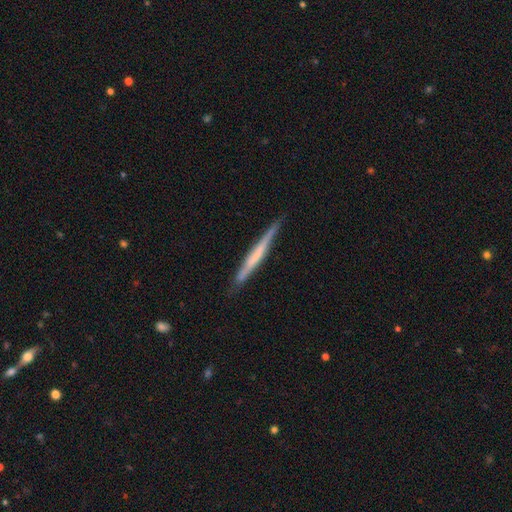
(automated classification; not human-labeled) A featured or disk galaxy (54%) viewed edge-on (96%) with no central bulge (74%).

Vote fractions:
- Smooth or featured? featured or disk: 54% / smooth: 41% / star or artifact: 5%
- Edge-on disk? yes: 96% / no: 4%
- Edge-on bulge? none: 74% / rounded: 13% / boxy: 12%
- Merging? none: 86% / minor disturbance: 11% / major disturbance: 2% / merger: 1%